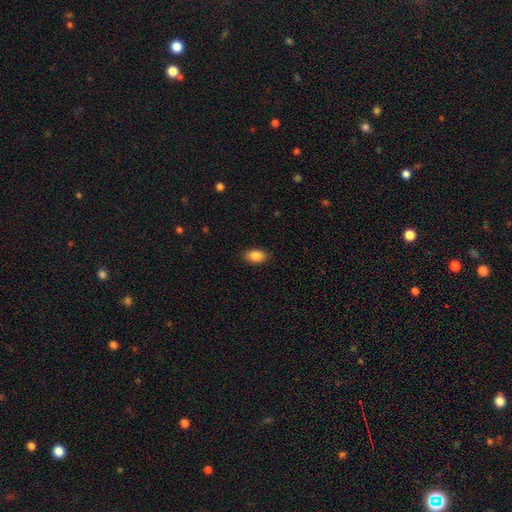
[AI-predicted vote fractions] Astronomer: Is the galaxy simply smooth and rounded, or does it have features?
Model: smooth — 88%.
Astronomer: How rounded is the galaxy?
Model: in between — 90%.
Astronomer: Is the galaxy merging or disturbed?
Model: none — 89%.